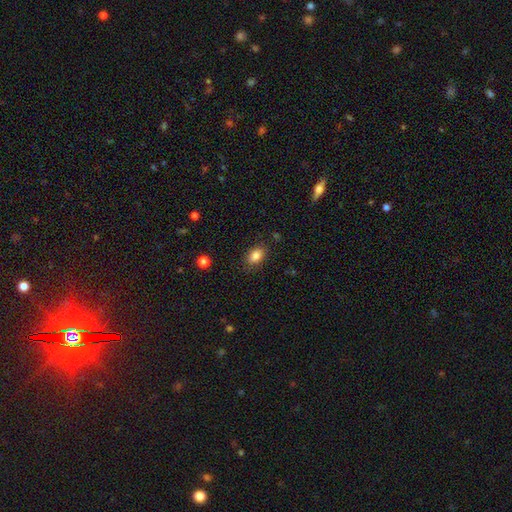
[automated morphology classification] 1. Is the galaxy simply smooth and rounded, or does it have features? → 85% smooth, 9% star or artifact, 6% featured or disk.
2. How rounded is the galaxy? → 83% in between, 15% round, 2% cigar-shaped.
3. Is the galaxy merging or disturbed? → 84% none, 12% minor disturbance, 3% major disturbance, 1% merger.